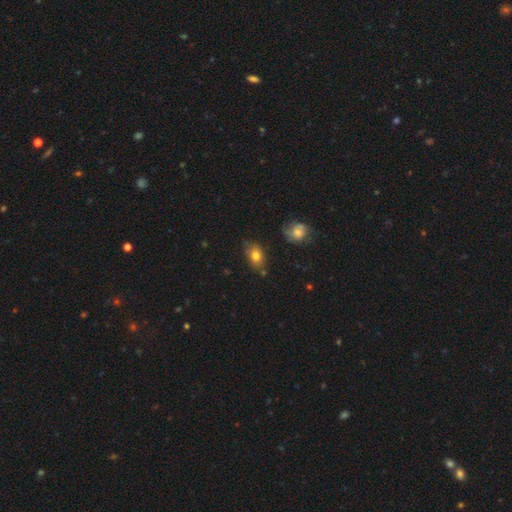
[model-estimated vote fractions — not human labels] Overall: smooth (78%). How rounded: in between (74%). Merging: none (69%).